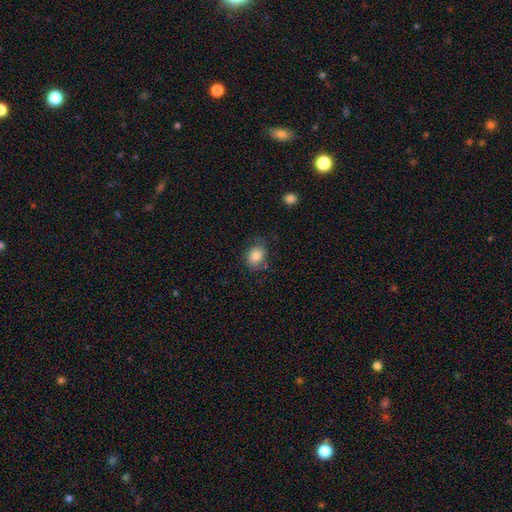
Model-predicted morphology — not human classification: This is clearly a smooth galaxy (84%). How rounded: likely in between (60%). Merging: likely none (72%).